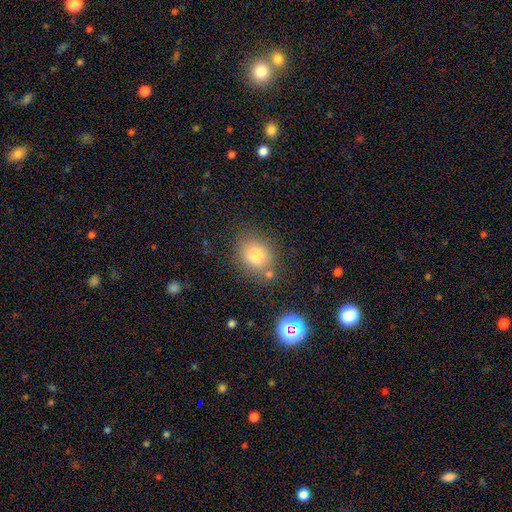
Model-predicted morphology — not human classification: Smooth or featured? Predicted: smooth (p=0.79). How rounded? Predicted: round (p=0.61). Merging? Predicted: none (p=0.73).